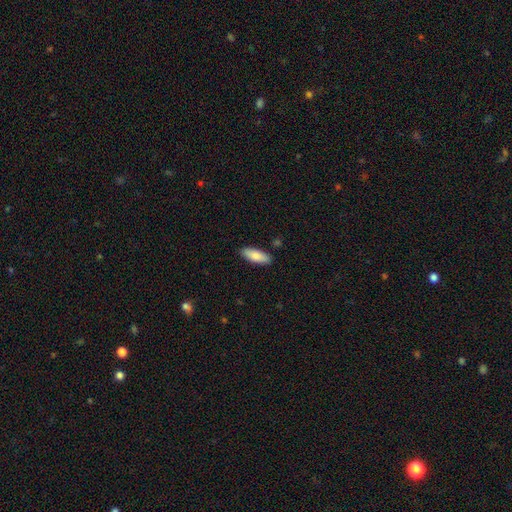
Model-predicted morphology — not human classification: Smooth or featured: smooth — 83% (featured or disk — 11%)
How rounded: in between — 68% (cigar-shaped — 30%)
Merging: none — 88% (minor disturbance — 9%)